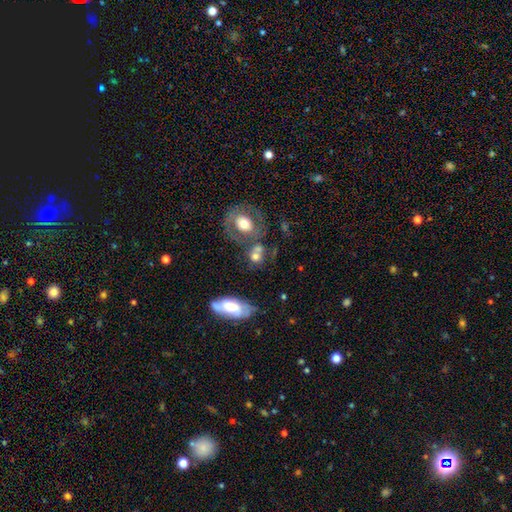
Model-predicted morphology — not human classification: Smooth or featured: smooth — 66% (featured or disk — 23%)
How rounded: round — 65% (in between — 32%)
Merging: none — 47% (merger — 28%)